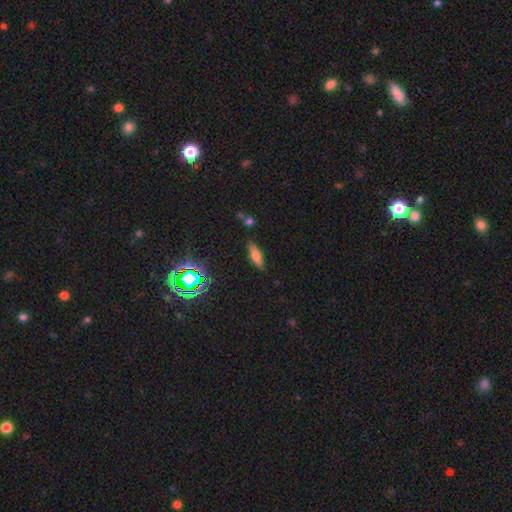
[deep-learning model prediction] Smooth or featured? smooth (61%)
How rounded? in between (51%)
Merging? none (82%)